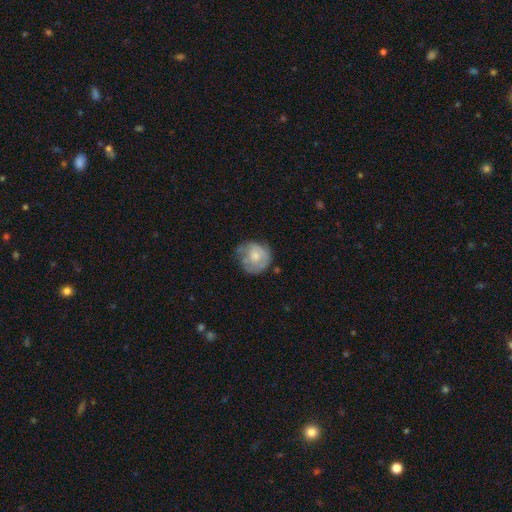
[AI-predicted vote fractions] This appears to be a smooth galaxy with no disk features (58%) that is round (83%). Merging: none (51%).